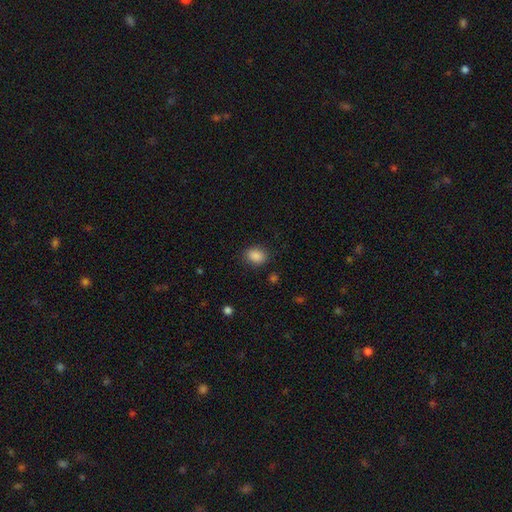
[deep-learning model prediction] This is clearly a smooth galaxy (87%). How rounded: likely in between (62%). Merging: clearly none (85%).